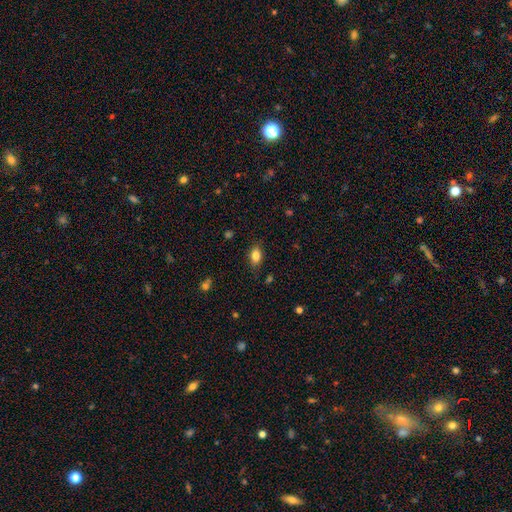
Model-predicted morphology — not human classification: Overall: smooth (81%). How rounded: in between (83%). Merging: none (81%).